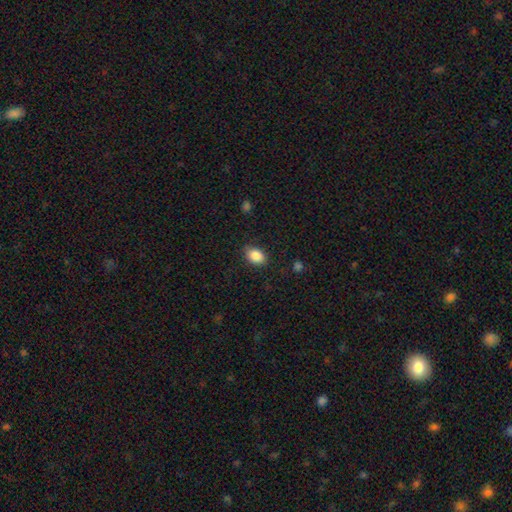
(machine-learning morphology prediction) type=smooth (87%); roundness=in between (79%); merging=none (84%).